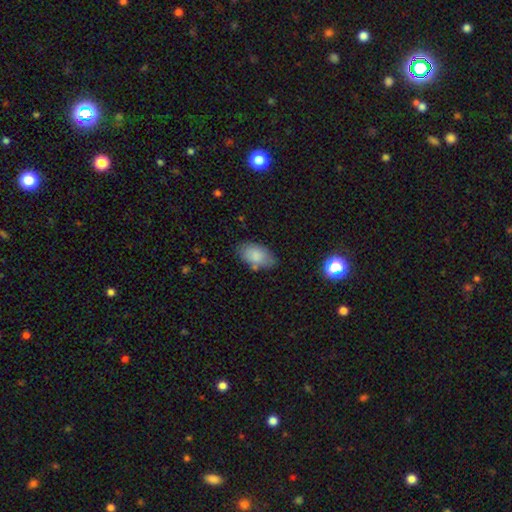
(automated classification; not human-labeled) This appears to be a smooth galaxy with no disk features (85%) that is in between round and cigar-shaped (94%). Merging: none (74%).